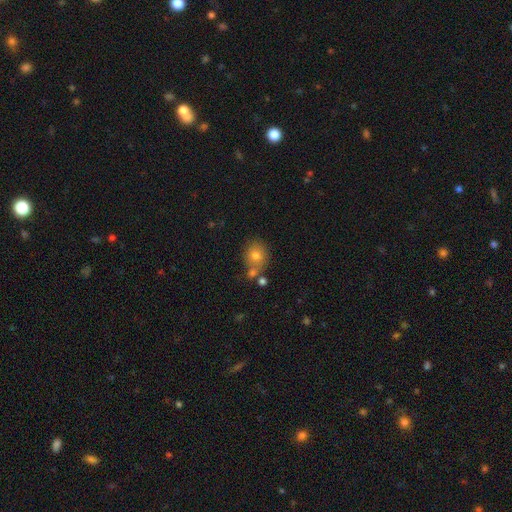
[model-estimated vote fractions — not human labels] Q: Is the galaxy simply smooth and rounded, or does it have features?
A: smooth — 77%.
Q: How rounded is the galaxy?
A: round — 72%.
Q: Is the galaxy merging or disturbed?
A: none — 58%.